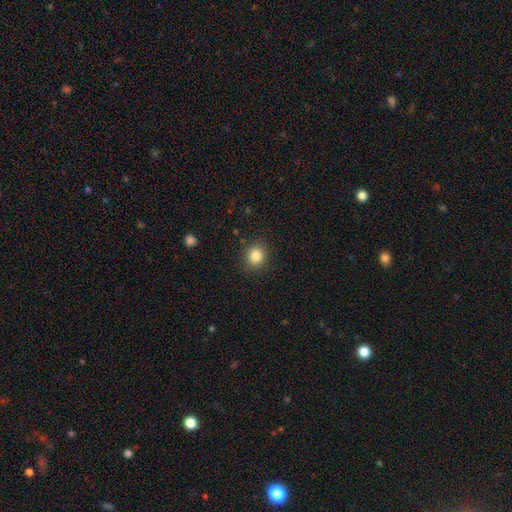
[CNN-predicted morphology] Smooth or featured? Predicted: smooth (p=0.83). How rounded? Predicted: round (p=0.78). Merging? Predicted: none (p=0.89).